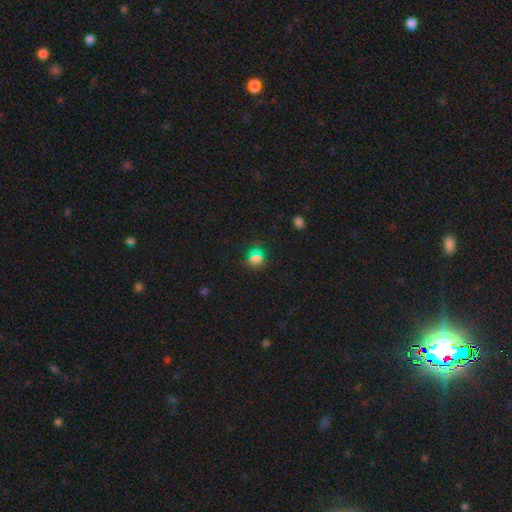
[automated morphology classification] Overall: smooth (64%; star or artifact 30%). How rounded: round (85%). Merging: none (83%).